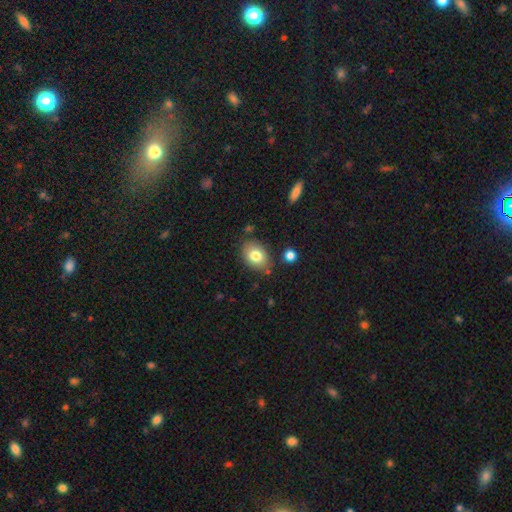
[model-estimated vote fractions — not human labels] smooth 79%, featured or disk 12%, star or artifact 9%. Down the decision tree: how rounded — in between (71%); merging — none (79%).